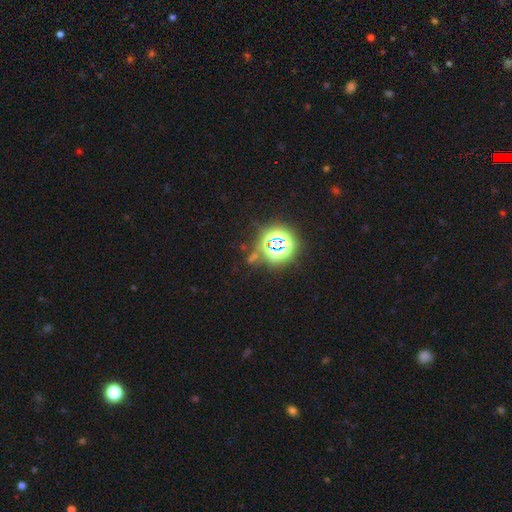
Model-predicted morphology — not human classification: This appears to be a star or artifact, not a galaxy (78%).